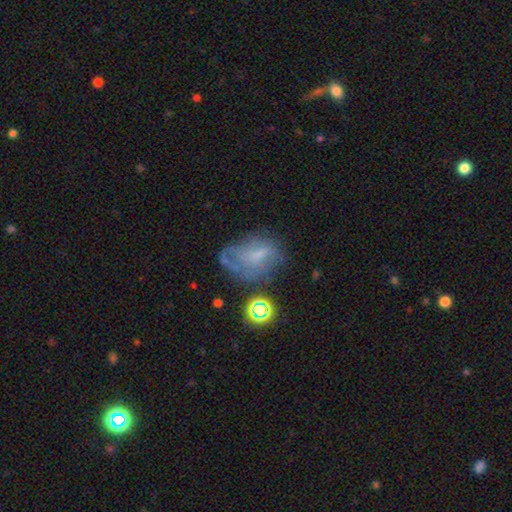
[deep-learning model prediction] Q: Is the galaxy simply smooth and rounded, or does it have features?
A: featured or disk — 47%.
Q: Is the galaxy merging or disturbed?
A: none — 41%.